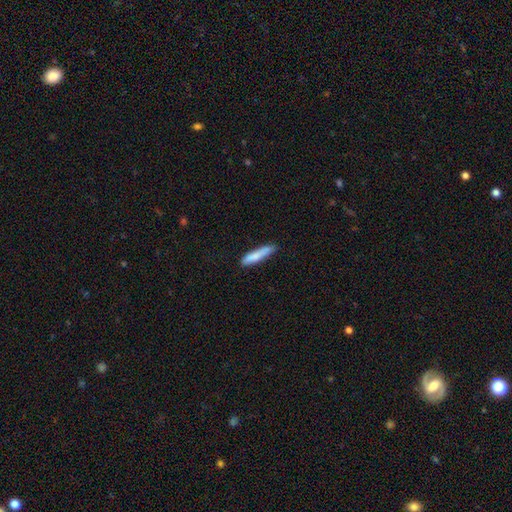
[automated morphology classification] This appears to be a smooth galaxy with no disk features (81%) that is cigar-shaped (86%). Merging: none (75%).